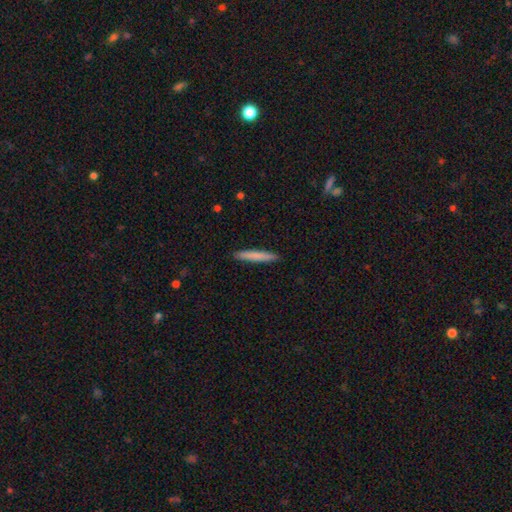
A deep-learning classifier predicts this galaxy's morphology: A smooth galaxy with no disk features (78%) that is cigar-shaped (95%). Merging: none (92%).